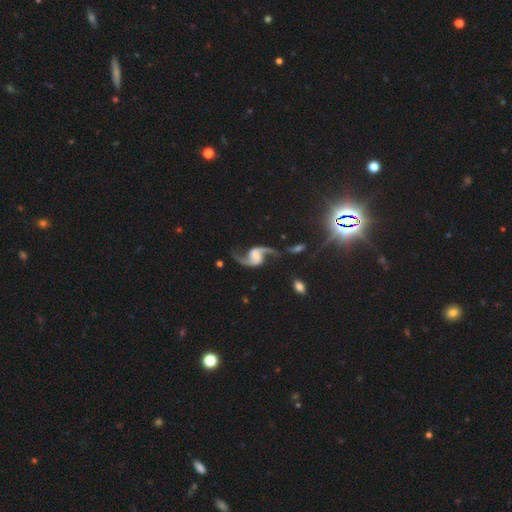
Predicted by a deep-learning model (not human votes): smooth_or_featured: featured or disk (p=0.92) [alt: star or artifact p=0.04]
disk_edge_on: no (p=0.98) [alt: yes p=0.02]
bar: no (p=0.44) [alt: weak p=0.41]
has_spiral_arms: yes (p=0.98) [alt: no p=0.02]
spiral_winding: loose (p=0.78) [alt: medium p=0.18]
spiral_arm_count: 2 (p=0.94) [alt: 1 p=0.02]
bulge_size: none (p=0.31) [alt: small p=0.30]
merging: none (p=0.72) [alt: minor disturbance p=0.14]